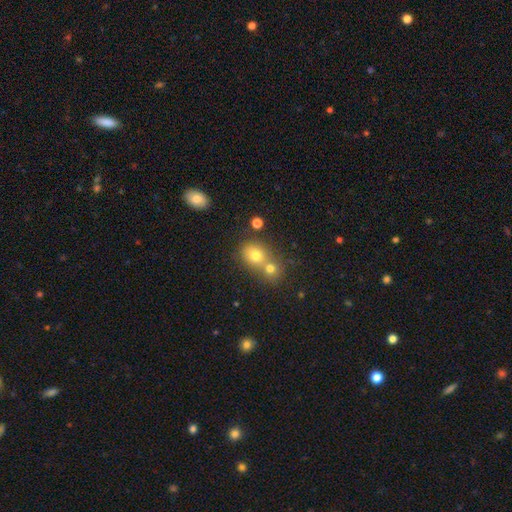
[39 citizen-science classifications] A smooth galaxy with no disk features (72%) that is round (86%). Merging: merger (63%).